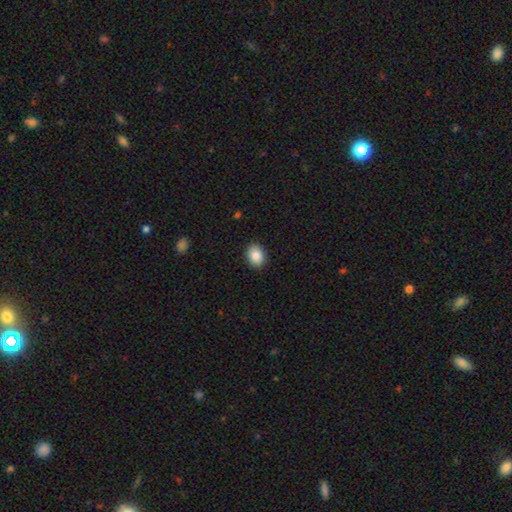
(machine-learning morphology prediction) smooth-or-featured: smooth: 88% | star or artifact: 8% | featured or disk: 4%
  how-rounded: in between: 61% | round: 38% | cigar-shaped: 1%
  merging: none: 90% | minor disturbance: 7% | major disturbance: 2% | merger: 1%